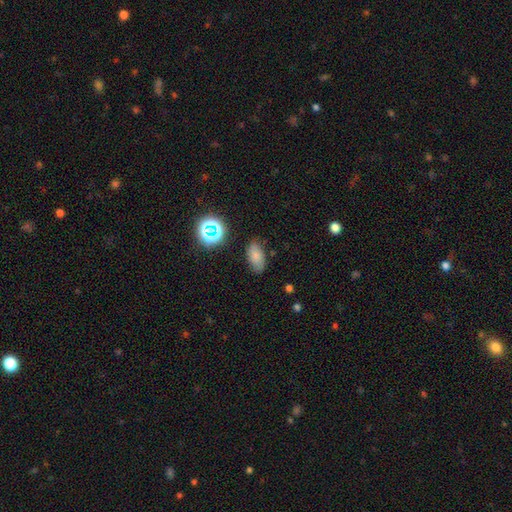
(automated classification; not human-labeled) smooth_or_featured: smooth (p=0.72) [alt: star or artifact p=0.14]
how_rounded: in between (p=0.90) [alt: round p=0.06]
merging: none (p=0.76) [alt: minor disturbance p=0.18]